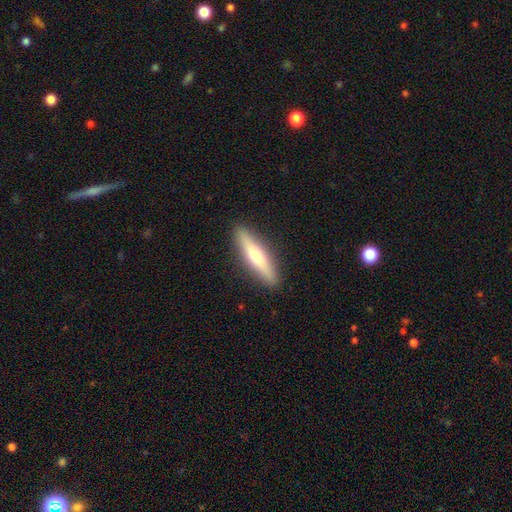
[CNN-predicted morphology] Smooth or featured? smooth (57%)
How rounded? cigar-shaped (82%)
Merging? none (91%)